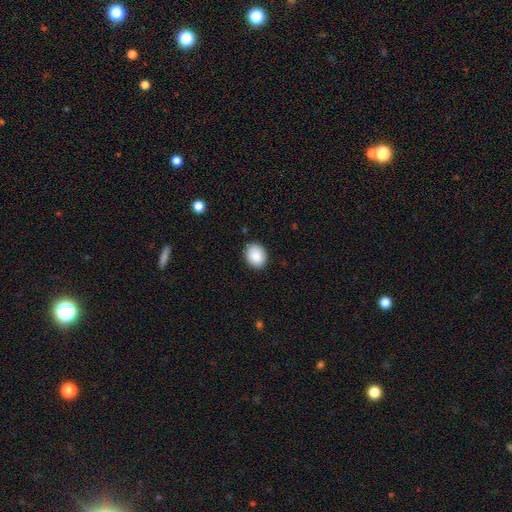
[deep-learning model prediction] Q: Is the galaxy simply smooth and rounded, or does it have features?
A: smooth — 89%.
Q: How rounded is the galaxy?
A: in between — 56%.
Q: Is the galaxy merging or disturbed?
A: none — 88%.